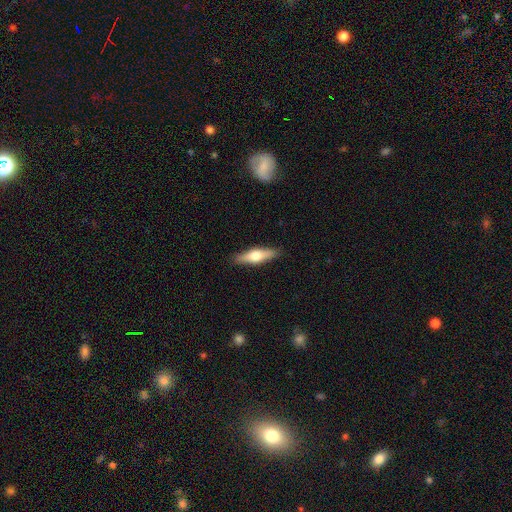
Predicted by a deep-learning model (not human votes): The model was most divided on "smooth or featured" (2-way tie): featured or disk: 47%, smooth: 47%, star or artifact: 6%. More confident: merging — none (89%).